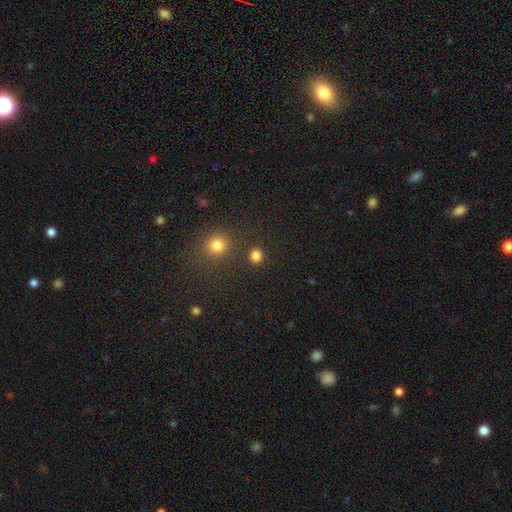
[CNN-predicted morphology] The model was most divided on "how rounded": round: 81%, in between: 18%, cigar-shaped: 1%. More confident: merging — none (85%); smooth or featured — smooth (82%).